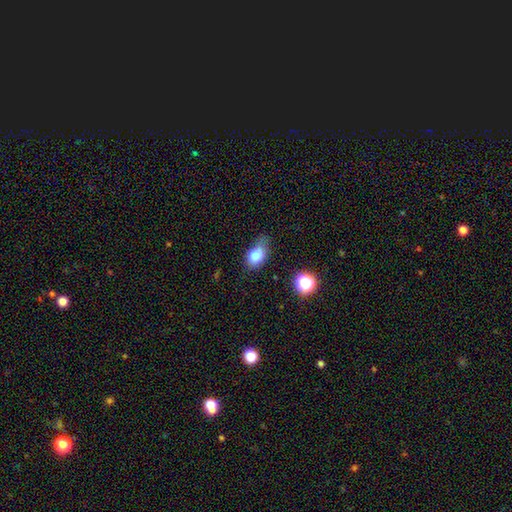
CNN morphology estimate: Q: Smooth or featured?
A: smooth (79%); runner-up: star or artifact (11%)
Q: How rounded?
A: in between (78%); runner-up: round (20%)
Q: Merging?
A: none (43%); runner-up: minor disturbance (39%)